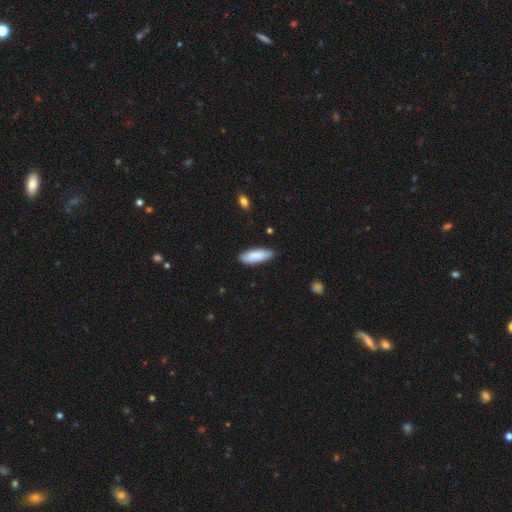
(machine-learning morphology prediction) Smooth or featured? smooth (86%)
How rounded? in between (62%)
Merging? none (83%)